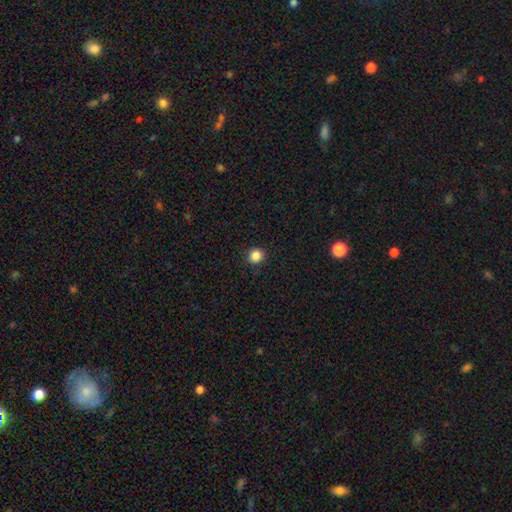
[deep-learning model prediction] smooth 86%, star or artifact 11%, featured or disk 3%. Down the decision tree: how rounded — round (91%); merging — none (92%).